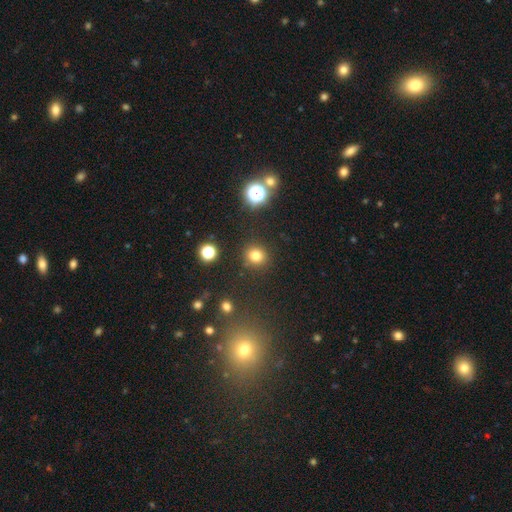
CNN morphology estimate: A smooth galaxy with no disk features (77%) that is round (86%).

Vote fractions:
- Smooth or featured? smooth: 77% / star or artifact: 16% / featured or disk: 6%
- How rounded? round: 86% / in between: 13% / cigar-shaped: 1%
- Merging? none: 87% / minor disturbance: 7% / major disturbance: 3% / merger: 2%